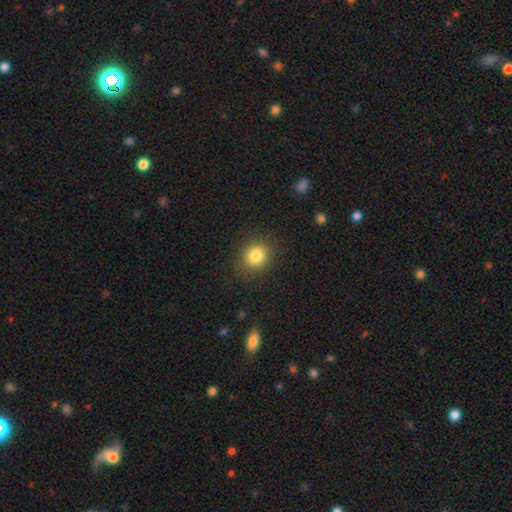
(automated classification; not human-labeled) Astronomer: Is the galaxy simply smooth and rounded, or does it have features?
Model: smooth — 83%.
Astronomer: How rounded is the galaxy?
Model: round — 76%.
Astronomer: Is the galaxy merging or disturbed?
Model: none — 87%.